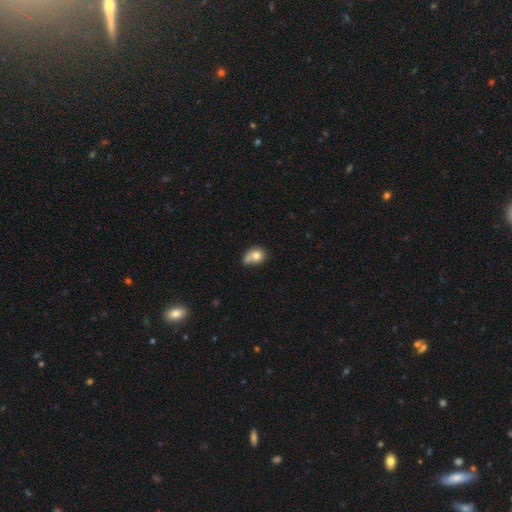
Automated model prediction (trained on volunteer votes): Smooth or featured? Predicted: smooth (p=0.75). How rounded? Predicted: in between (p=0.54). Merging? Predicted: none (p=0.35).